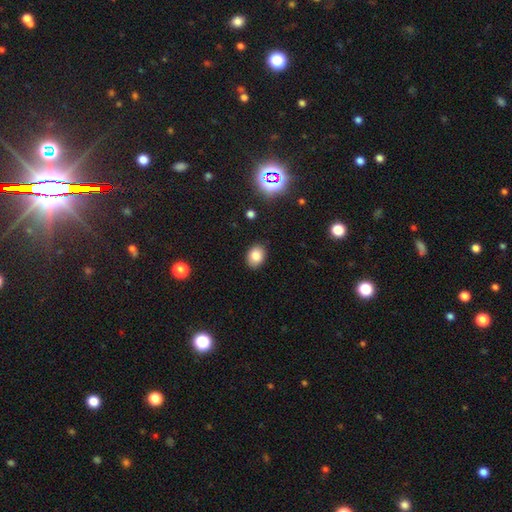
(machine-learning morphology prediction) A smooth galaxy with no disk features (83%) that is in between round and cigar-shaped (66%).

Vote fractions:
- Smooth or featured? smooth: 83% / star or artifact: 11% / featured or disk: 6%
- How rounded? in between: 66% / round: 33% / cigar-shaped: 1%
- Merging? none: 87% / minor disturbance: 9% / major disturbance: 2% / merger: 1%